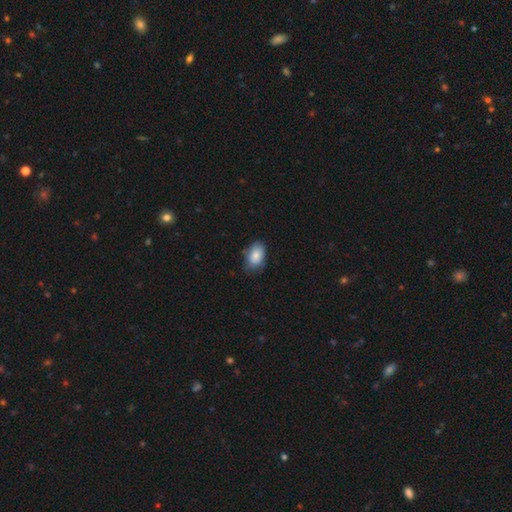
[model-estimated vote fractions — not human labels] Overall: smooth (84%). How rounded: in between (87%). Merging: none (68%).